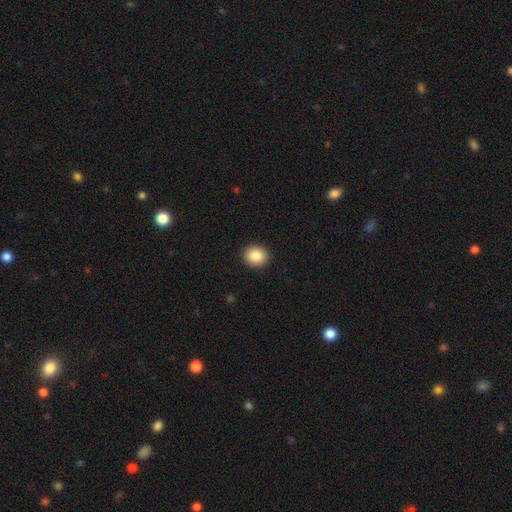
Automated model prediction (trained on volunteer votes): This is clearly a smooth galaxy (87%). How rounded: likely round (79%). Merging: clearly none (92%).